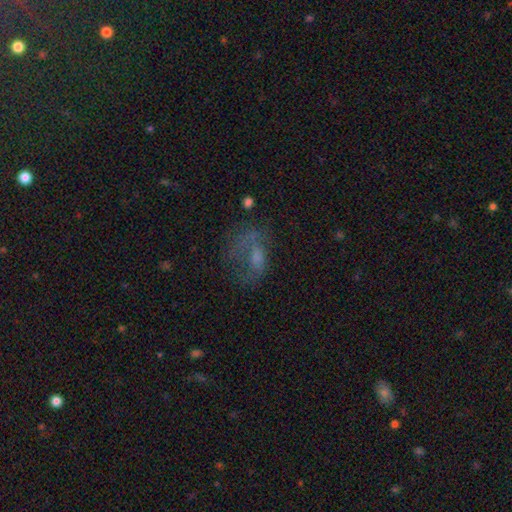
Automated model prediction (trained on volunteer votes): A featured or disk galaxy (43%). Merging: major disturbance (44%).